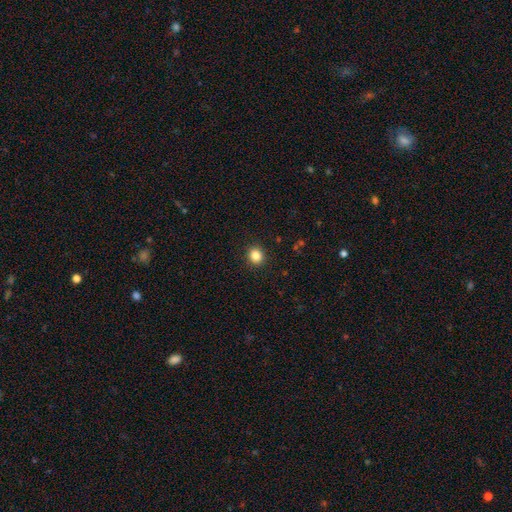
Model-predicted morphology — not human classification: Smooth or featured: smooth — 85% (star or artifact — 11%)
How rounded: round — 77% (in between — 22%)
Merging: none — 91% (minor disturbance — 6%)